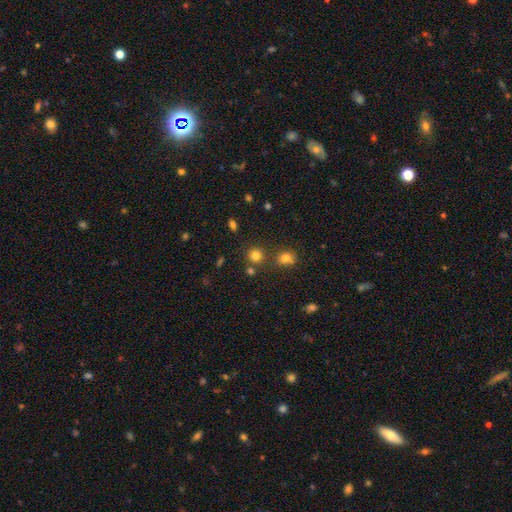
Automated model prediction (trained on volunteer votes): Smooth or featured? smooth (78%)
How rounded? round (88%)
Merging? none (76%)